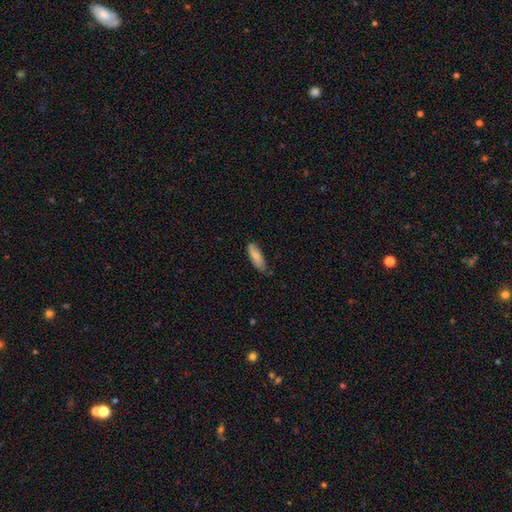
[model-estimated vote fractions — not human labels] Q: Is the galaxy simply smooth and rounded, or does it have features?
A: smooth — 82%.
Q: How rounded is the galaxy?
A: in between — 57%.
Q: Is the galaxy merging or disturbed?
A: none — 73%.